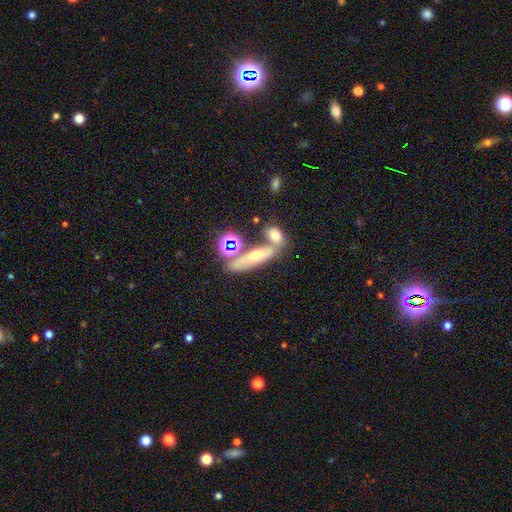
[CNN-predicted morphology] Smooth or featured? featured or disk (49%)
Merging? none (44%)